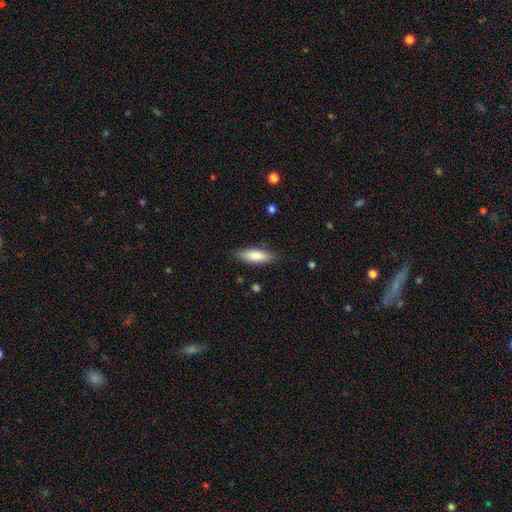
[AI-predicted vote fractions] This appears to be a smooth galaxy with no disk features (82%) that is in between round and cigar-shaped (54%). Merging: none (84%).